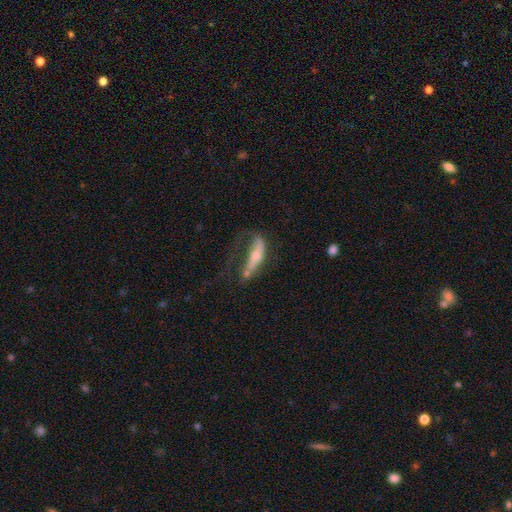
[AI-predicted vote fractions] Smooth or featured: featured or disk — 56% (smooth — 37%)
Edge-on disk: no — 56% (yes — 44%)
Merging: major disturbance — 43% (none — 28%)